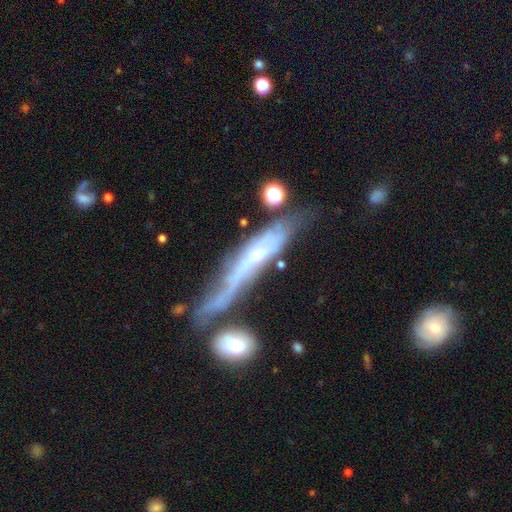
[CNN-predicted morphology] A featured or disk galaxy (68%) viewed edge-on (61%).

Vote fractions:
- Smooth or featured? featured or disk: 68% / smooth: 24% / star or artifact: 8%
- Edge-on disk? yes: 61% / no: 39%
- Merging? none: 40% / minor disturbance: 25% / merger: 17% / major disturbance: 17%